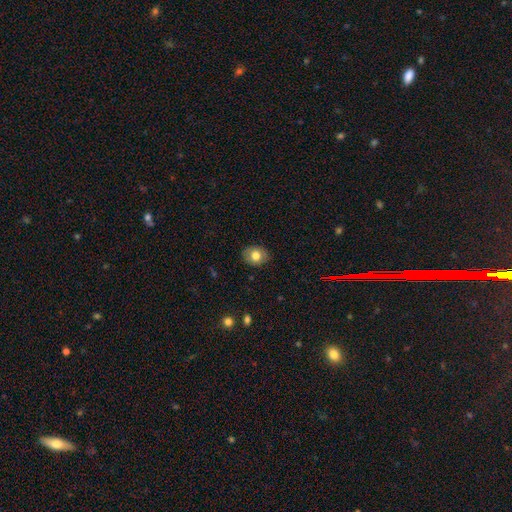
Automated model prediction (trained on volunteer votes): smooth-or-featured: smooth: 76% | featured or disk: 16% | star or artifact: 9%
  how-rounded: round: 52% | in between: 48% | cigar-shaped: 1%
  merging: none: 86% | minor disturbance: 11% | major disturbance: 2% | merger: 1%